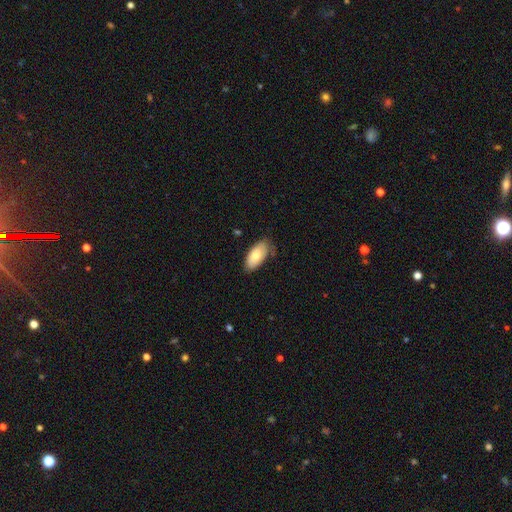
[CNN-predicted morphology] Q: Smooth or featured?
A: smooth (77%); runner-up: featured or disk (16%)
Q: How rounded?
A: in between (93%); runner-up: cigar-shaped (5%)
Q: Merging?
A: none (65%); runner-up: minor disturbance (27%)